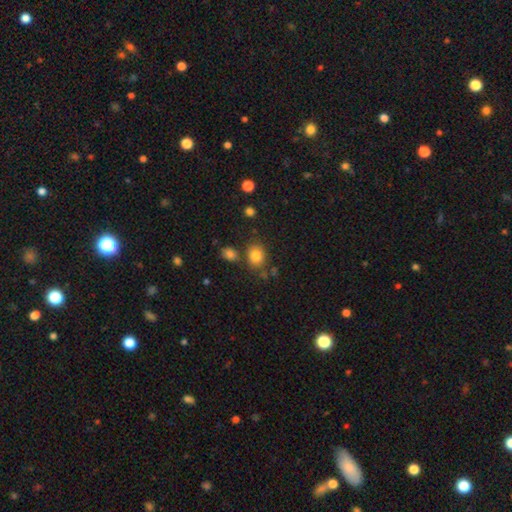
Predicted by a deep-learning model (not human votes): A smooth galaxy with no disk features (82%) that is round (60%).

Vote fractions:
- Smooth or featured? smooth: 82% / star or artifact: 11% / featured or disk: 7%
- How rounded? round: 60% / in between: 39% / cigar-shaped: 1%
- Merging? none: 75% / minor disturbance: 12% / merger: 9% / major disturbance: 4%